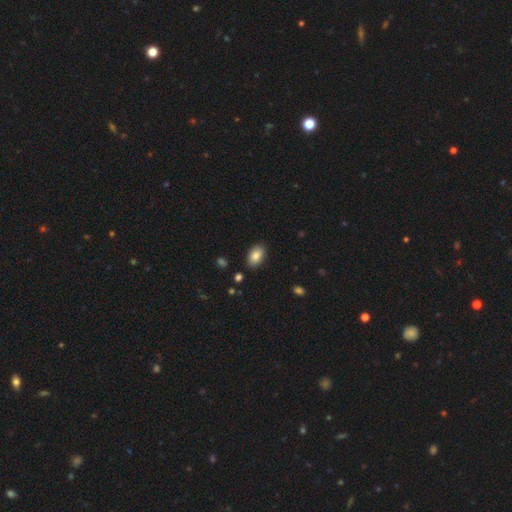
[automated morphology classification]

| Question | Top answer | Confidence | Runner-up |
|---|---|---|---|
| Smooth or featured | smooth | 85% | star or artifact (8%) |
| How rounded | in between | 90% | round (9%) |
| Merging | none | 87% | minor disturbance (9%) |